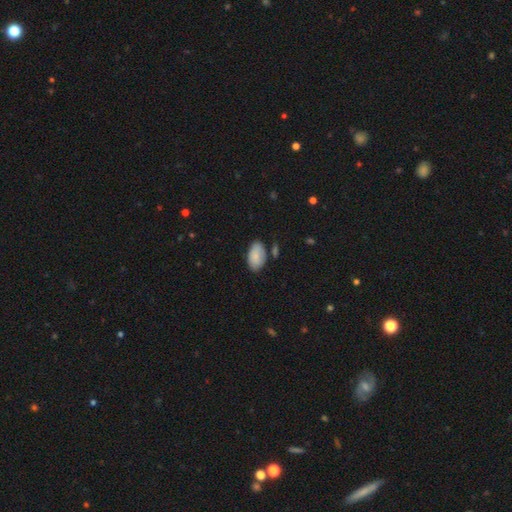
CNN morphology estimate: Smooth or featured? smooth (86%)
How rounded? in between (95%)
Merging? none (74%)